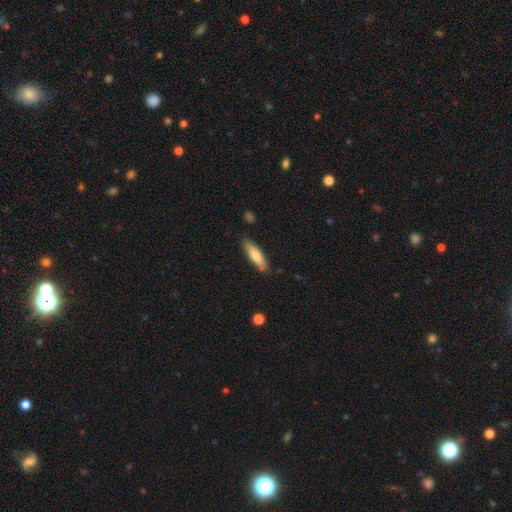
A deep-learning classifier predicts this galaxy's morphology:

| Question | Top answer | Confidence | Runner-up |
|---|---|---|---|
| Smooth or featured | smooth | 70% | featured or disk (24%) |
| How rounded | cigar-shaped | 62% | in between (36%) |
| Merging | none | 82% | minor disturbance (14%) |